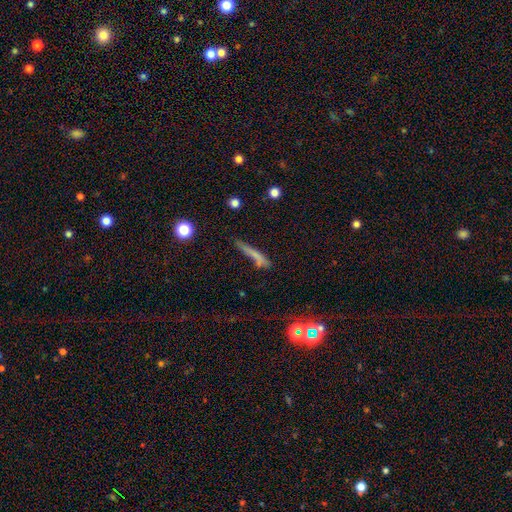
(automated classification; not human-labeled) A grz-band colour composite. It shows a smooth galaxy with no disk features (63%) that is cigar-shaped (90%). Merging: none (57%).